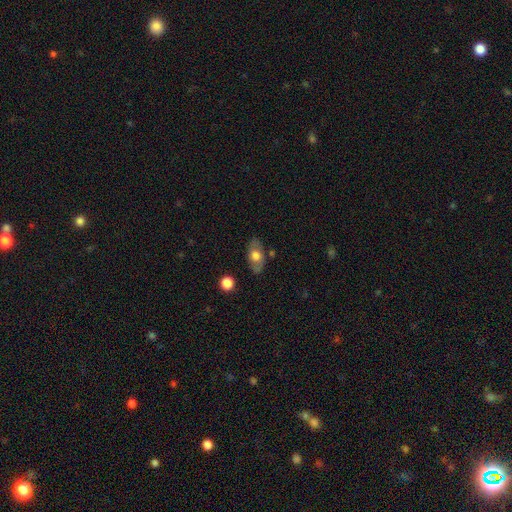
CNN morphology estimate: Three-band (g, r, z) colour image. It shows a smooth galaxy with no disk features (59%) that is in between round and cigar-shaped (85%). Merging: none (80%).